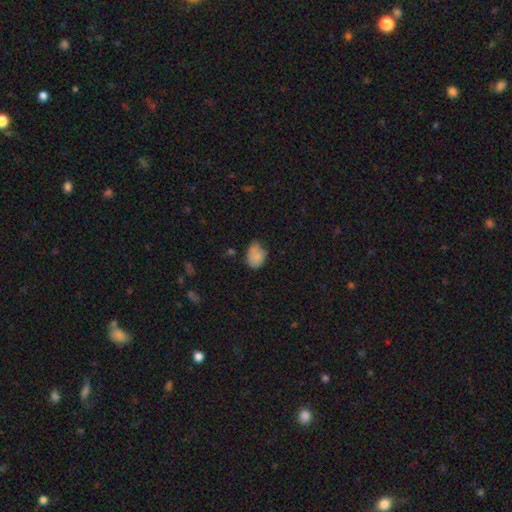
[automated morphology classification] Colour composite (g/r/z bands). It shows a smooth galaxy with no disk features (80%) that is in between round and cigar-shaped (72%). Merging: none (46%).